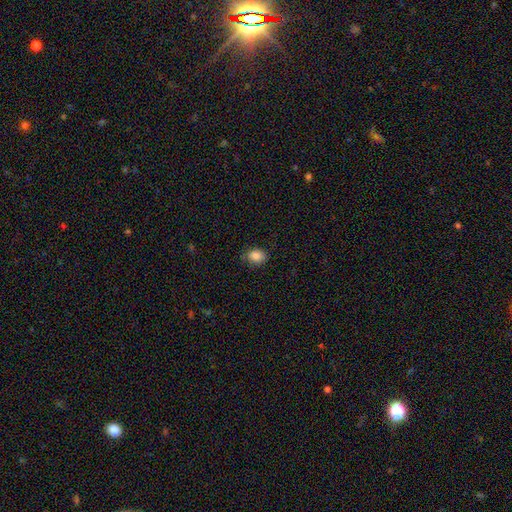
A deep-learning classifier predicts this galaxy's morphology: Smooth or featured? smooth (86%)
How rounded? in between (67%)
Merging? none (77%)